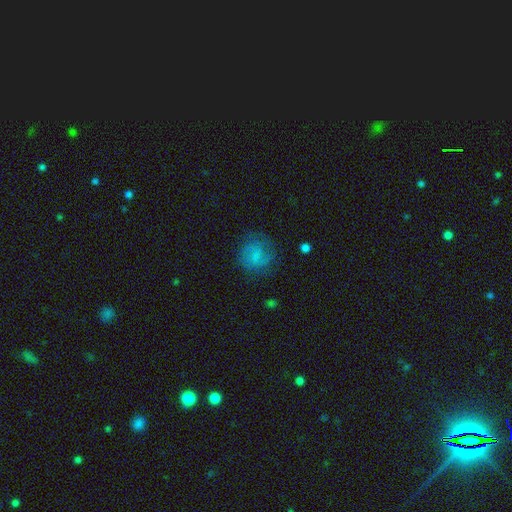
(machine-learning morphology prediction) This appears to be a smooth galaxy with no disk features (60%) that is round (80%). Merging: none (71%).